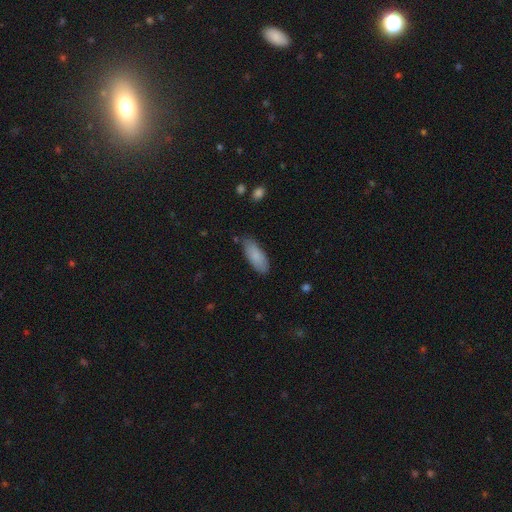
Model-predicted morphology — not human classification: Overall: smooth (86%). How rounded: in between (77%). Merging: none (79%).